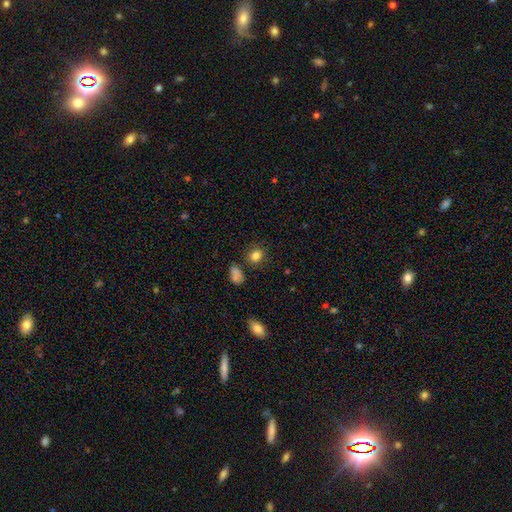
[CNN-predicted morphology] Smooth or featured? smooth (83%)
How rounded? round (68%)
Merging? none (80%)